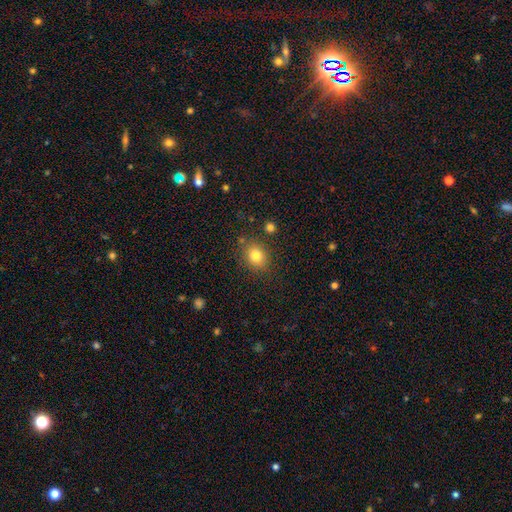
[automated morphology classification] smooth-or-featured: smooth: 81% | star or artifact: 11% | featured or disk: 8%
  how-rounded: round: 59% | in between: 40% | cigar-shaped: 1%
  merging: none: 81% | minor disturbance: 12% | merger: 4% | major disturbance: 3%